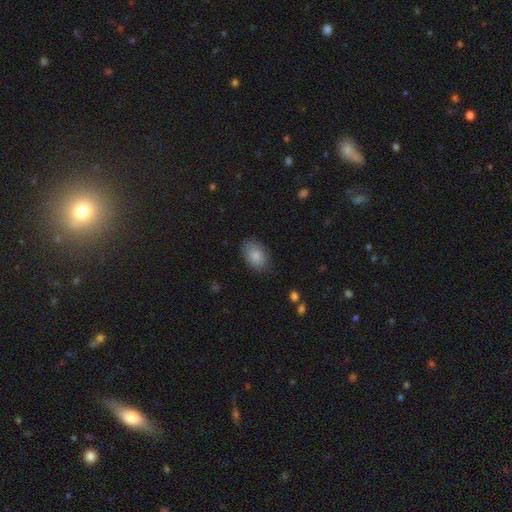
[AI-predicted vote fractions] A smooth galaxy with no disk features (87%) that is in between round and cigar-shaped (87%).

Vote fractions:
- Smooth or featured? smooth: 87% / star or artifact: 7% / featured or disk: 7%
- How rounded? in between: 87% / round: 11% / cigar-shaped: 1%
- Merging? none: 81% / minor disturbance: 14% / major disturbance: 3% / merger: 1%